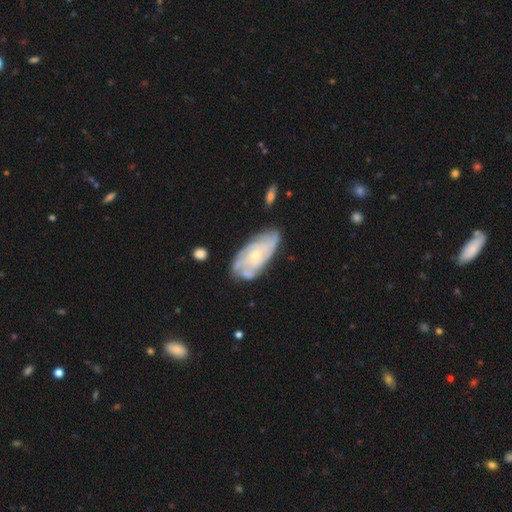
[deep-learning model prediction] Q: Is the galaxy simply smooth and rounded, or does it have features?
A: featured or disk — 76%.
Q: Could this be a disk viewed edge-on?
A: no — 94%.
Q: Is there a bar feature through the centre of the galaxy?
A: no — 77%.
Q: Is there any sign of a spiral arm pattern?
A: yes — 91%.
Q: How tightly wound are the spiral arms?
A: tight — 64%.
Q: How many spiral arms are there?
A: can't tell — 42%.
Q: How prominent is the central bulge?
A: small — 67%.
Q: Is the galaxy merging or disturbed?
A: none — 68%.